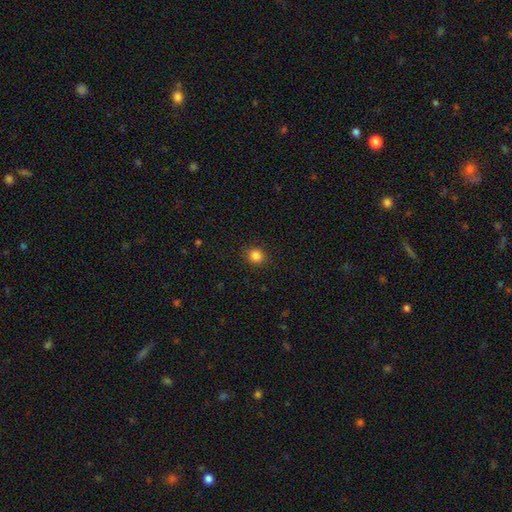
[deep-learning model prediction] Morphology: type=smooth (85%); roundness=round (82%); merging=none (90%).